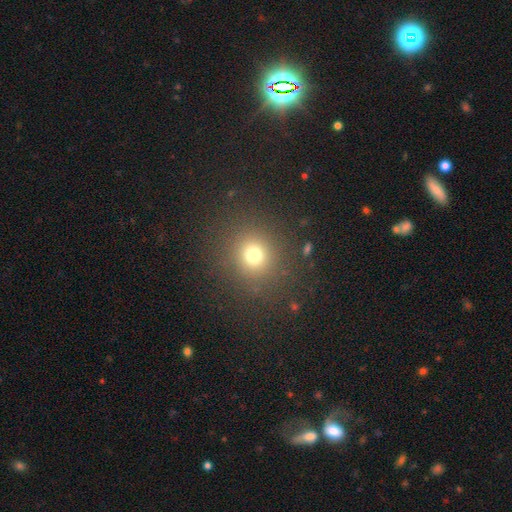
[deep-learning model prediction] Smooth or featured? Predicted: smooth (p=0.73). How rounded? Predicted: round (p=0.89). Merging? Predicted: none (p=0.86).